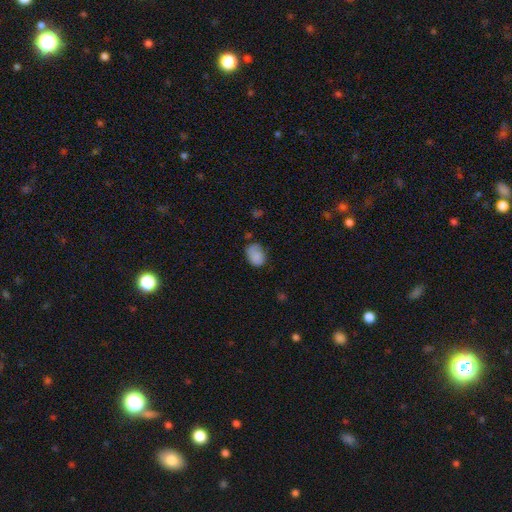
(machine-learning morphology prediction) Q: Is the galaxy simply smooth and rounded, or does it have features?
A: smooth — 84%.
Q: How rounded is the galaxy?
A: in between — 75%.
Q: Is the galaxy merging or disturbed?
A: none — 59%.